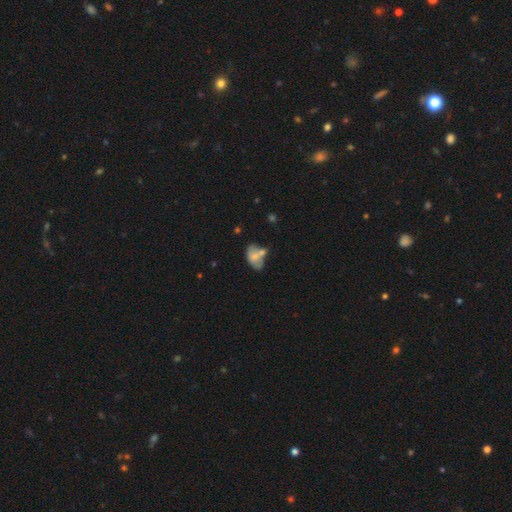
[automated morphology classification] This appears to be a smooth galaxy with no disk features (63%) that is in between round and cigar-shaped (88%). Merging: merger (36%).